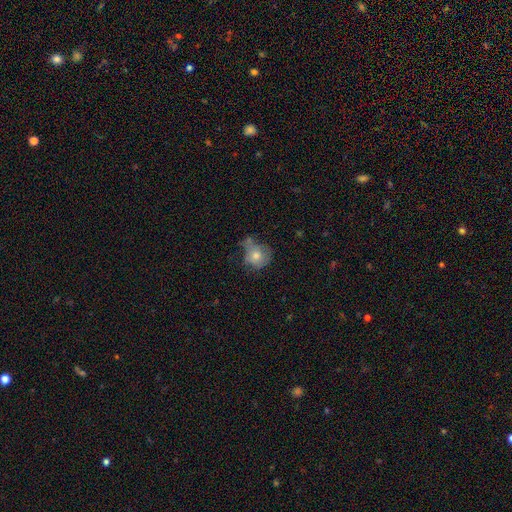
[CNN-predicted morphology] smooth_or_featured: smooth (p=0.67) [alt: featured or disk p=0.24]
how_rounded: round (p=0.72) [alt: in between p=0.27]
merging: none (p=0.38) [alt: minor disturbance p=0.32]